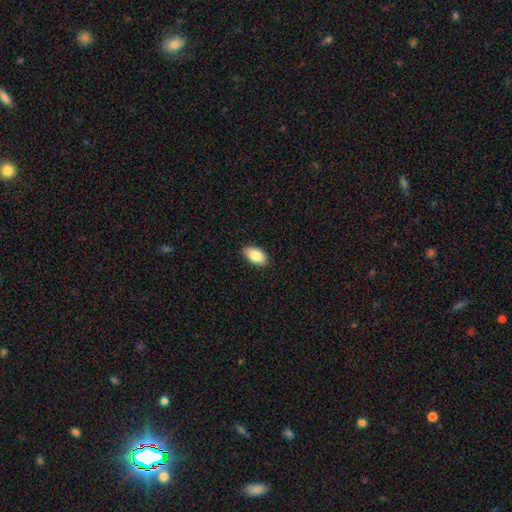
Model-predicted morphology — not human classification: This appears to be a smooth galaxy with no disk features (86%) that is in between round and cigar-shaped (94%). Merging: none (87%).